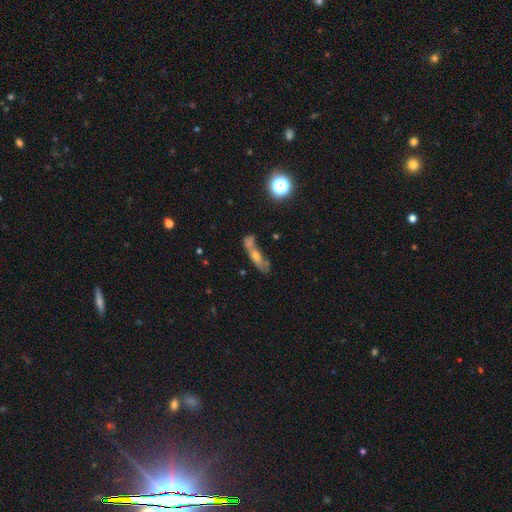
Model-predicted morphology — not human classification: smooth_or_featured: smooth (p=0.43) [alt: featured or disk p=0.42]
merging: merger (p=0.36) [alt: none p=0.35]